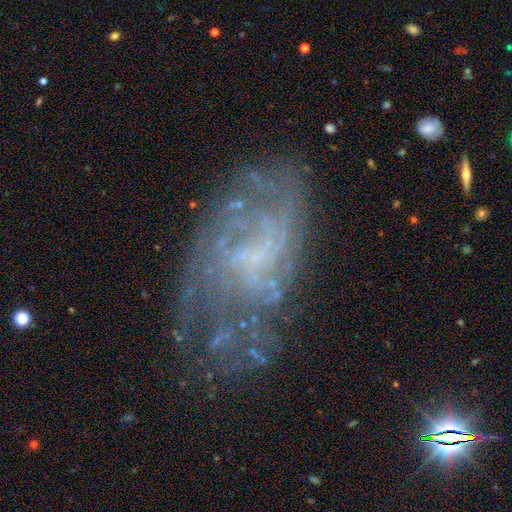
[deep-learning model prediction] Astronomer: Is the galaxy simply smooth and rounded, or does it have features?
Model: featured or disk — 68%.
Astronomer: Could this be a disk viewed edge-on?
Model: no — 96%.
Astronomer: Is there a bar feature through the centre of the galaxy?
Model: no — 64%.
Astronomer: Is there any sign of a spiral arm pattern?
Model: yes — 62% (runner-up: no, 38%).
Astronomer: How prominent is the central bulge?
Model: none — 58%.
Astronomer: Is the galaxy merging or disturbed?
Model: none — 56%.